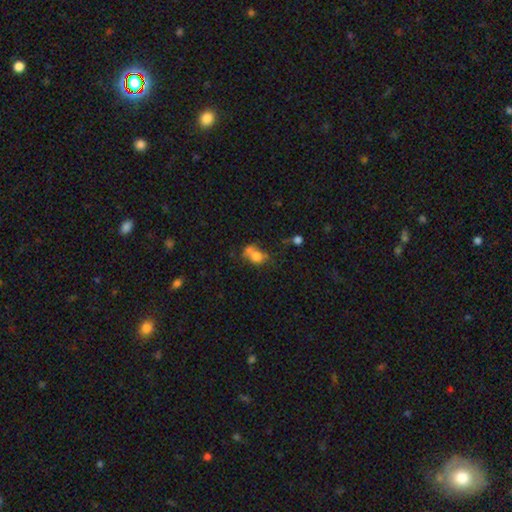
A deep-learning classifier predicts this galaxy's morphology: Smooth or featured? smooth (71%)
How rounded? round (53%)
Merging? merger (43%)